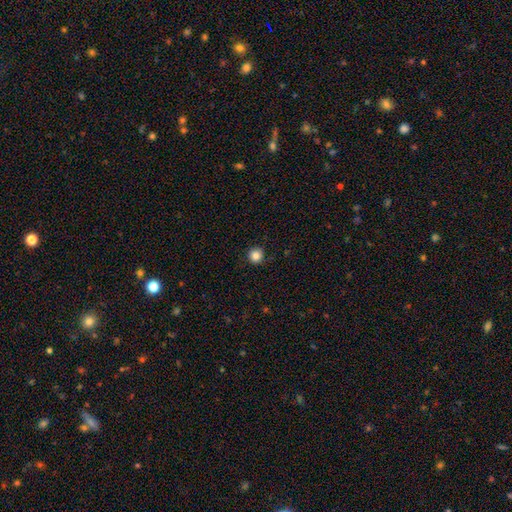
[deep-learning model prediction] Smooth or featured: smooth — 85% (star or artifact — 11%)
How rounded: round — 95% (in between — 4%)
Merging: none — 90% (minor disturbance — 7%)